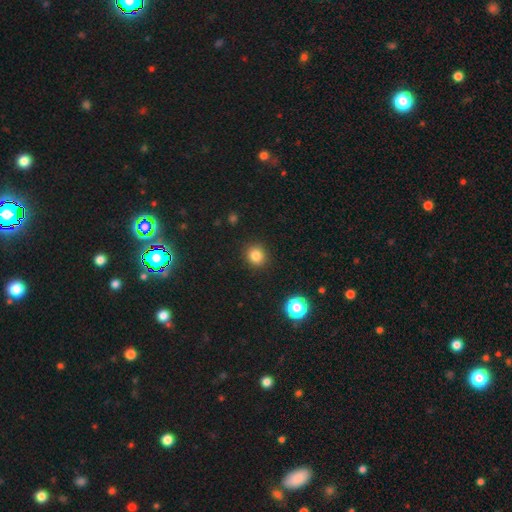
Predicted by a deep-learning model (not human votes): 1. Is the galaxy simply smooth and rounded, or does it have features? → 83% smooth, 12% star or artifact, 5% featured or disk.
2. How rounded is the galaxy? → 87% round, 13% in between, 1% cigar-shaped.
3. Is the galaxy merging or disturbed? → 90% none, 6% minor disturbance, 2% major disturbance, 1% merger.